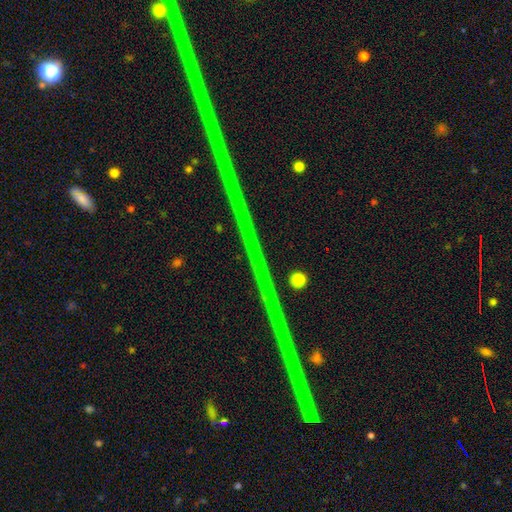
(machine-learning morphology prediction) Smooth or featured? Predicted: star or artifact (p=0.88).